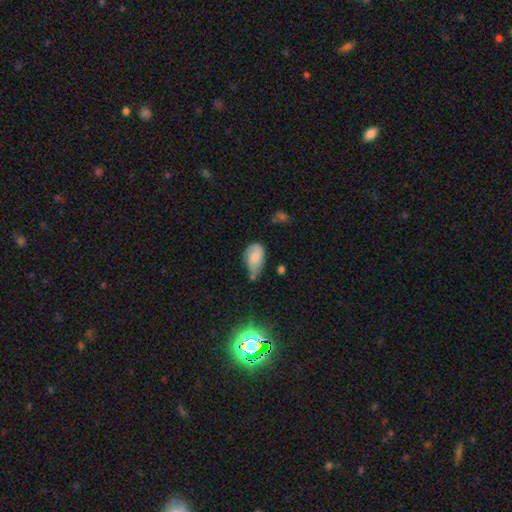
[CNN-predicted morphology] The model was most divided on "merging": minor disturbance: 42%, none: 34%, major disturbance: 17%, merger: 7%. More confident: how rounded — in between (90%); smooth or featured — smooth (59%).